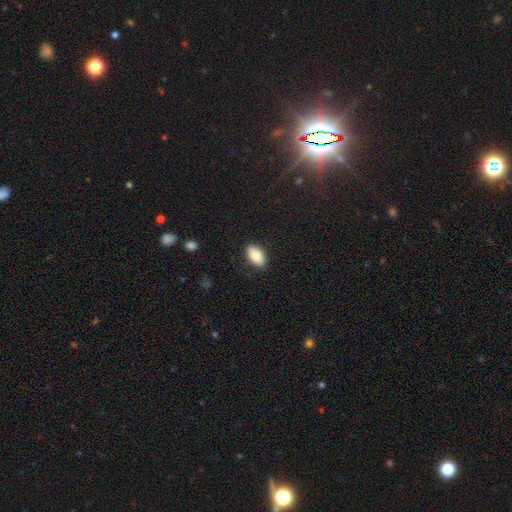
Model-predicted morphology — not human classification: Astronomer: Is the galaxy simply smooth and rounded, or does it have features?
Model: smooth — 80%.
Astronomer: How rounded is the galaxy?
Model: in between — 91%.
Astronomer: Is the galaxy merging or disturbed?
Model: none — 86%.